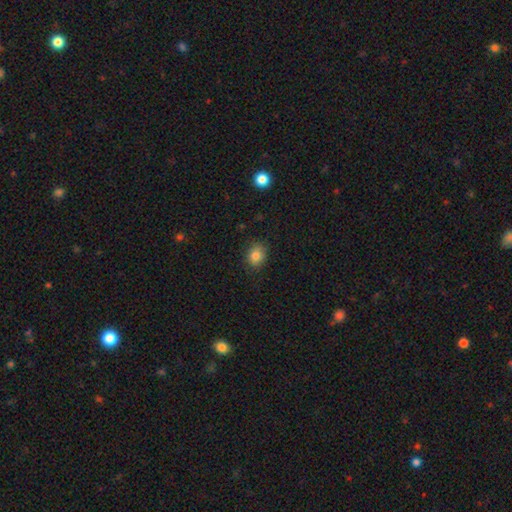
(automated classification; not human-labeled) Smooth or featured?
  - smooth: 83% *
  - star or artifact: 11%
  - featured or disk: 6%
How rounded?
  - round: 54% *
  - in between: 45%
  - cigar-shaped: 1%
Merging?
  - none: 82% *
  - minor disturbance: 14%
  - major disturbance: 3%
  - merger: 1%